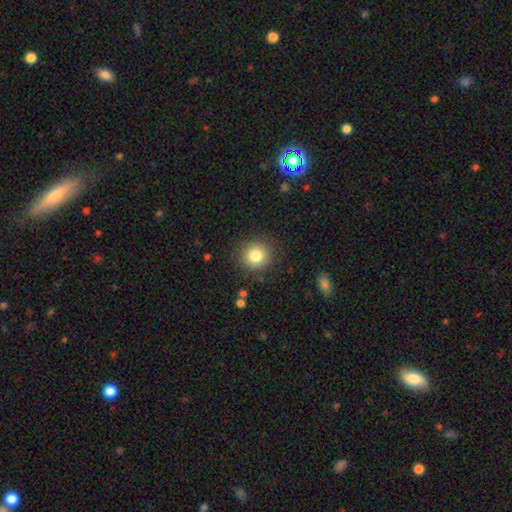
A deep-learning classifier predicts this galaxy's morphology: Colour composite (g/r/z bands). It shows a smooth galaxy with no disk features (83%) that is round (91%). Merging: none (88%).